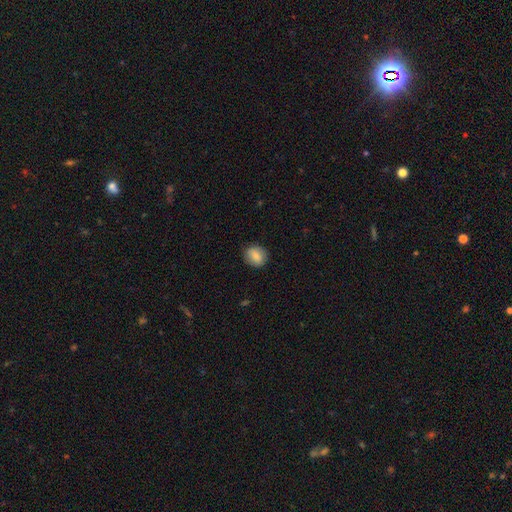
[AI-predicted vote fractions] smooth-or-featured: smooth: 79% | featured or disk: 13% | star or artifact: 8%
  how-rounded: round: 77% | in between: 22% | cigar-shaped: 1%
  merging: none: 87% | minor disturbance: 9% | major disturbance: 3% | merger: 1%